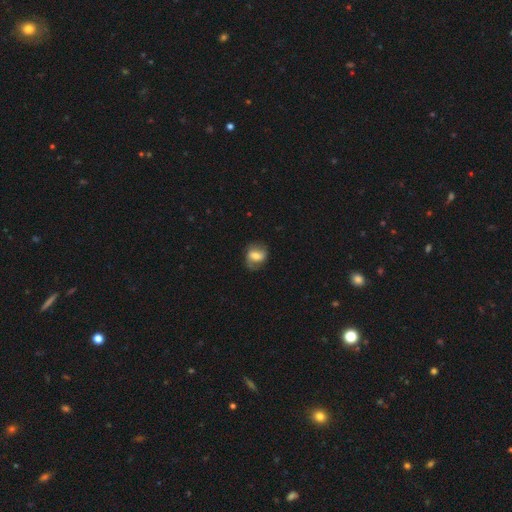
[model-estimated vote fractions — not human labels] smooth_or_featured: smooth (p=0.51) [alt: featured or disk p=0.41]
how_rounded: in between (p=0.59) [alt: round p=0.39]
merging: none (p=0.63) [alt: minor disturbance p=0.24]